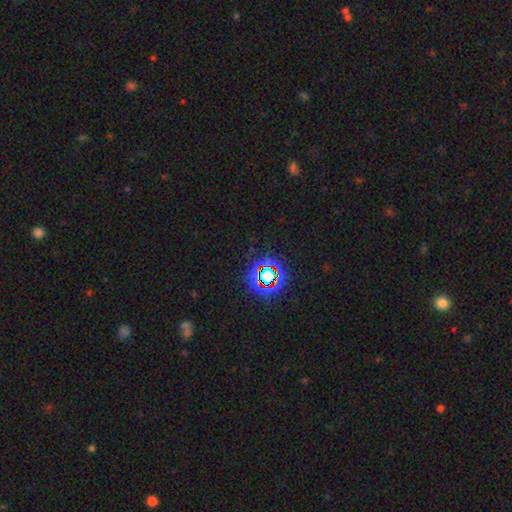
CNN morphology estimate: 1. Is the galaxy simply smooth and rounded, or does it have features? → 65% star or artifact, 21% smooth, 14% featured or disk.